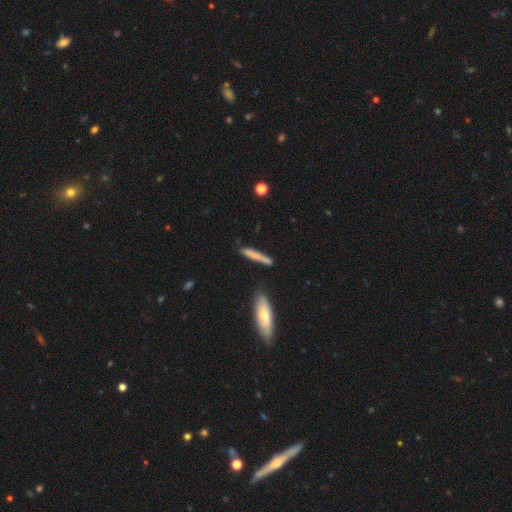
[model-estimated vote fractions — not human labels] smooth 70%, featured or disk 23%, star or artifact 6%. Down the decision tree: how rounded — cigar-shaped (91%); merging — none (78%).